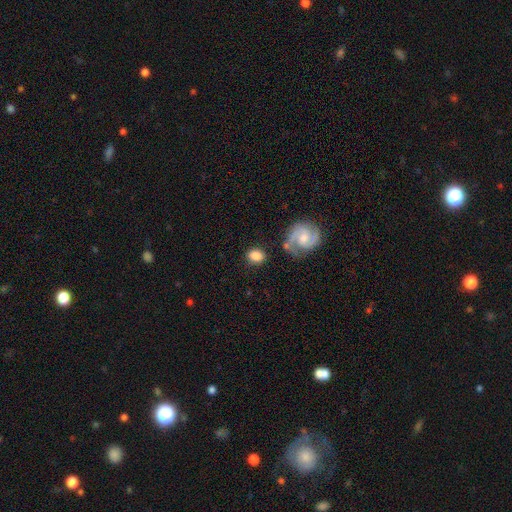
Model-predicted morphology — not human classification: A smooth galaxy with no disk features (76%) that is in between round and cigar-shaped (50%).

Vote fractions:
- Smooth or featured? smooth: 76% / featured or disk: 17% / star or artifact: 7%
- How rounded? in between: 50% / round: 49% / cigar-shaped: 2%
- Merging? none: 70% / minor disturbance: 16% / merger: 8% / major disturbance: 6%